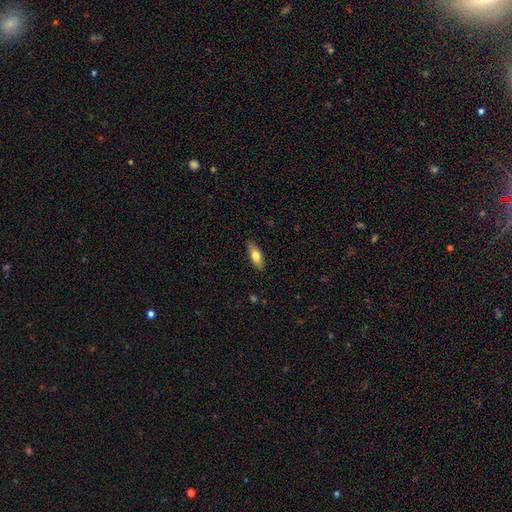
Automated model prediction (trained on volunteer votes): Overall: smooth (74%). How rounded: in between (74%). Merging: none (86%).